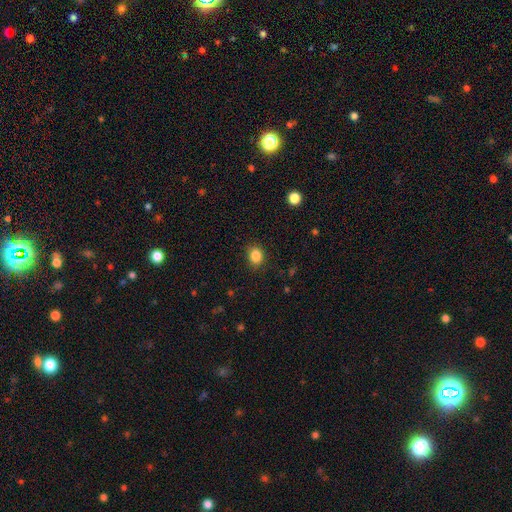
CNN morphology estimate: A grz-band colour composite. It shows a smooth galaxy with no disk features (85%) that is round (53%). Merging: none (87%).